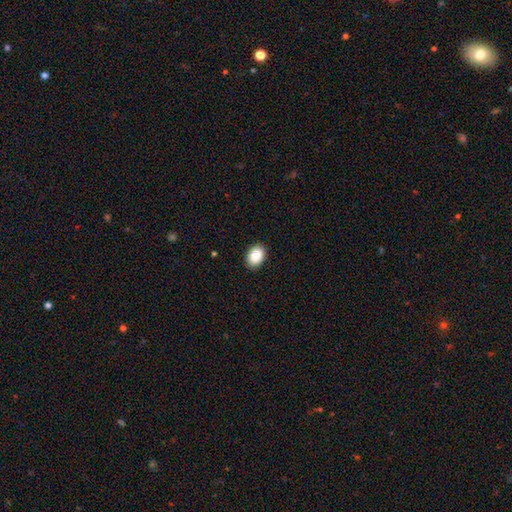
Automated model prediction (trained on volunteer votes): Smooth or featured: smooth — 89% (star or artifact — 7%)
How rounded: in between — 78% (round — 21%)
Merging: none — 90% (minor disturbance — 7%)